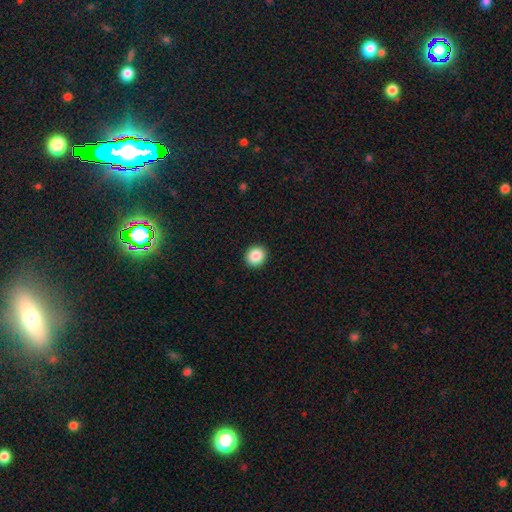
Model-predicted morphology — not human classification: Smooth or featured: smooth — 87% (star or artifact — 9%)
How rounded: round — 82% (in between — 18%)
Merging: none — 92% (minor disturbance — 5%)